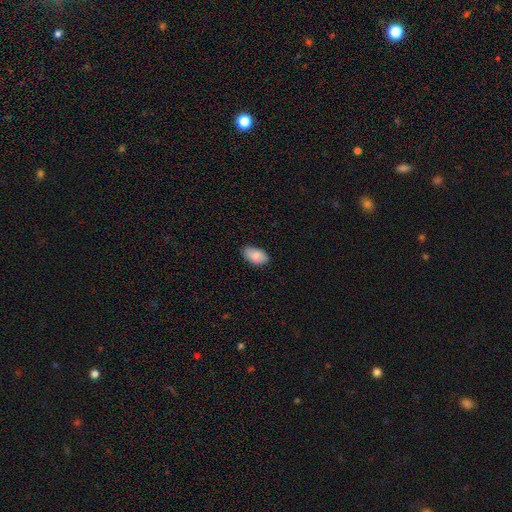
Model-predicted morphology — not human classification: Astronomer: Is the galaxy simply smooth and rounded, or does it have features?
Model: smooth — 81%.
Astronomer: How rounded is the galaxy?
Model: in between — 94%.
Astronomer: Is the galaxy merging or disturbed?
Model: none — 80%.